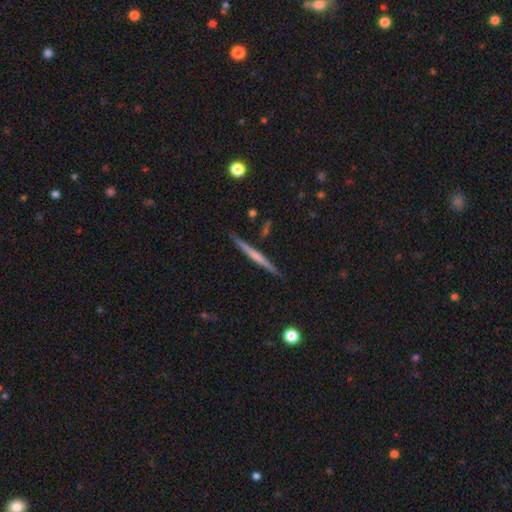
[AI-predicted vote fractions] This appears to be a featured or disk galaxy (61%) viewed edge-on (98%) with no central bulge (63%). Merging: none (90%).